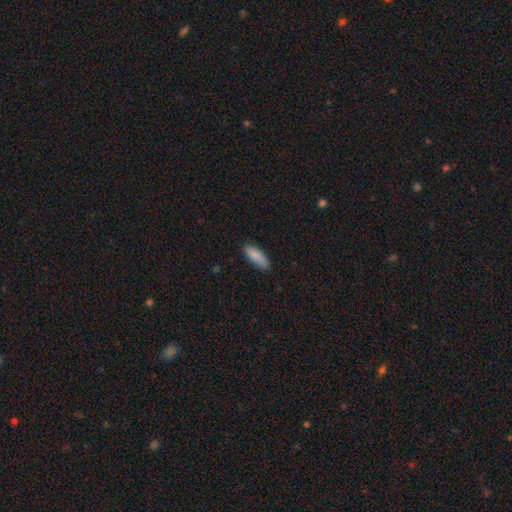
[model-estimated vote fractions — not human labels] smooth 89%, star or artifact 6%, featured or disk 5%. Down the decision tree: how rounded — in between (67%); merging — none (82%).